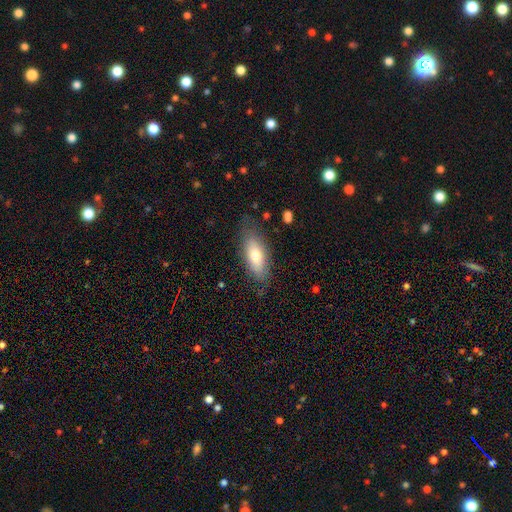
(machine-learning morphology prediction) This is likely a smooth galaxy (72%). How rounded: likely in between (77%). Merging: likely none (76%).